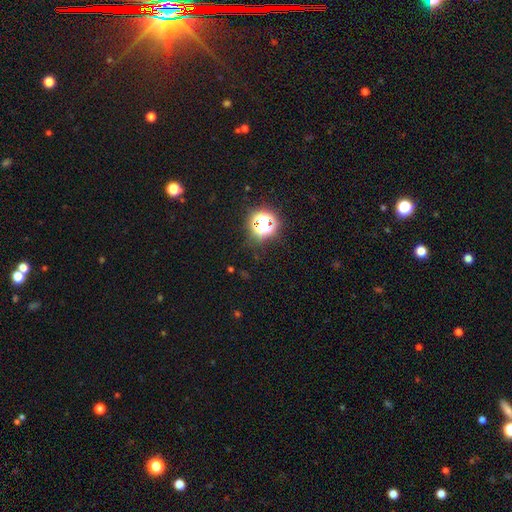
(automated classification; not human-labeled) smooth-or-featured: star or artifact: 78% | smooth: 15% | featured or disk: 7%